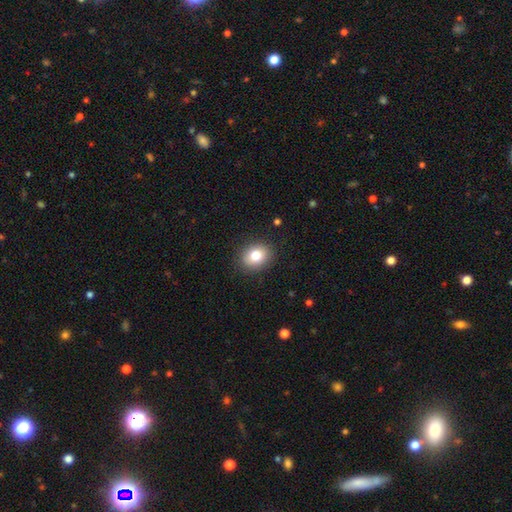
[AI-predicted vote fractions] Overall: smooth (80%). How rounded: round (50%; in between 49%). Merging: none (88%).